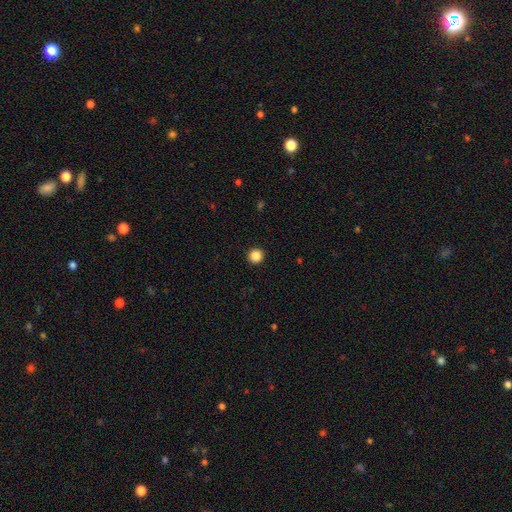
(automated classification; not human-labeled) smooth-or-featured: smooth: 86% | star or artifact: 11% | featured or disk: 4%
  how-rounded: round: 95% | in between: 4% | cigar-shaped: 1%
  merging: none: 94% | minor disturbance: 4% | major disturbance: 1% | merger: 1%